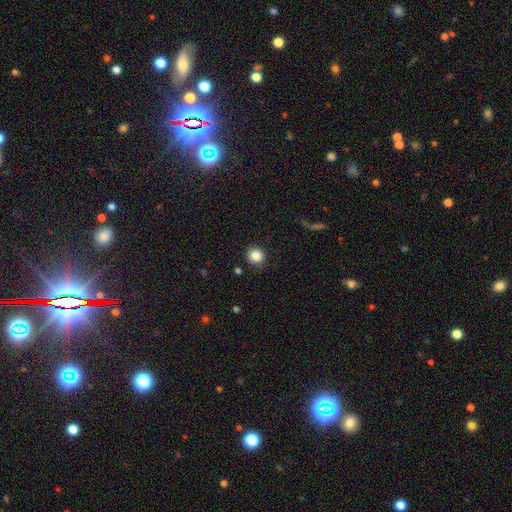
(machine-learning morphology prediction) Smooth or featured? Predicted: smooth (p=0.85). How rounded? Predicted: round (p=0.89). Merging? Predicted: none (p=0.88).